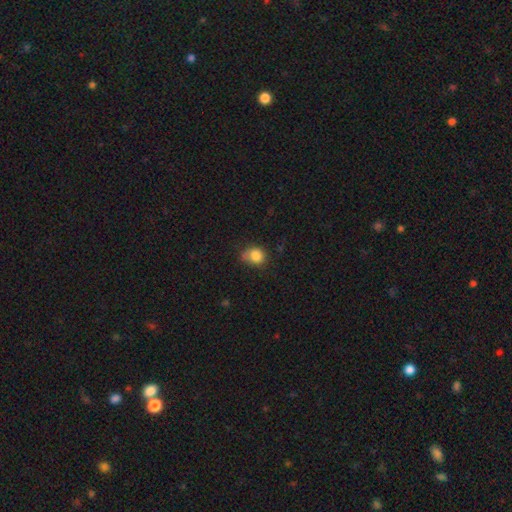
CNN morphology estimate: type=smooth (82%); roundness=round (64%); merging=none (49%).